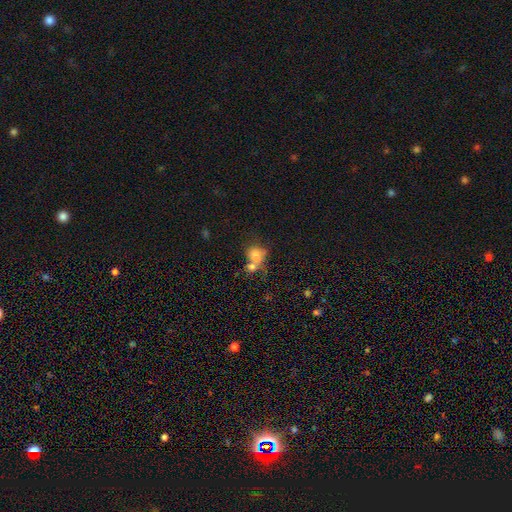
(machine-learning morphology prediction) Overall: smooth (73%). How rounded: round (53%; in between 45%). Merging: merger (53%; none 27%).